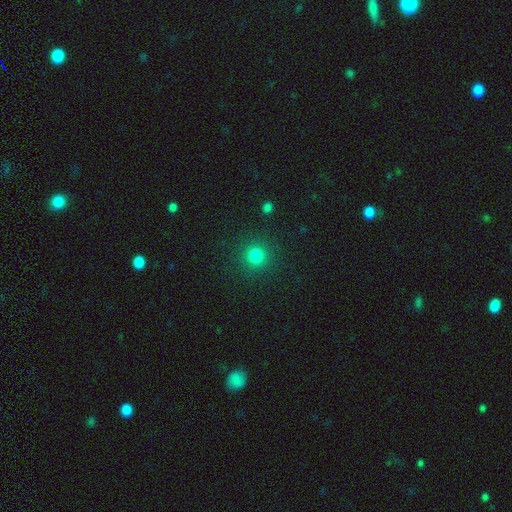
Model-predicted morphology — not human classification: smooth 81%, star or artifact 14%, featured or disk 5%. Down the decision tree: how rounded — round (93%); merging — none (89%).